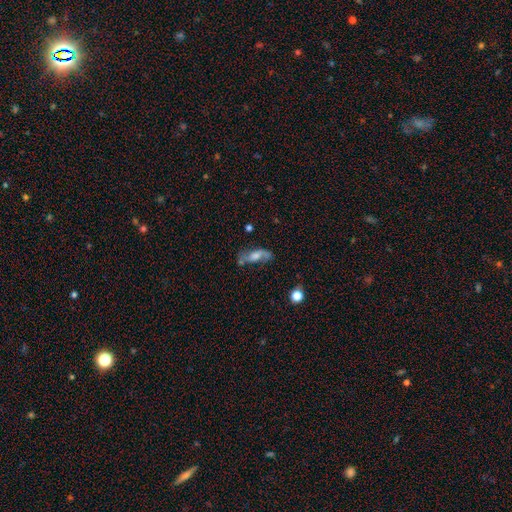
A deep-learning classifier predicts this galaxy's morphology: A featured or disk galaxy (55%). Merging: none (53%).